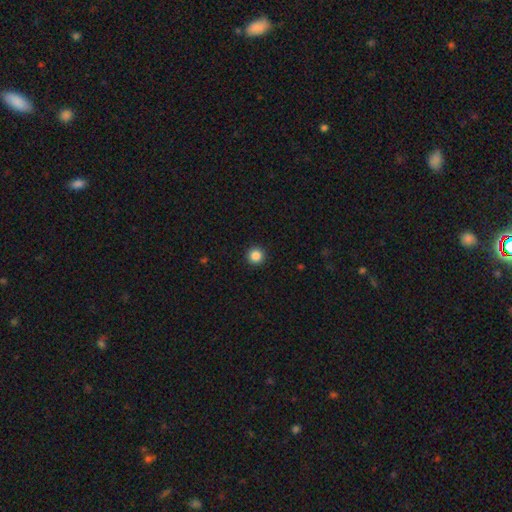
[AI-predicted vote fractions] smooth 86%, star or artifact 10%, featured or disk 3%. Down the decision tree: how rounded — round (97%); merging — none (94%).